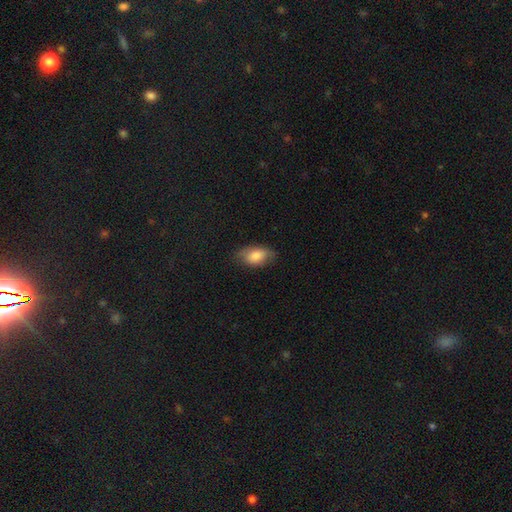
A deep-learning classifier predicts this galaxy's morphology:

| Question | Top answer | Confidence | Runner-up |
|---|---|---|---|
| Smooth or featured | smooth | 80% | featured or disk (13%) |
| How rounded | in between | 91% | round (7%) |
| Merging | none | 74% | minor disturbance (20%) |